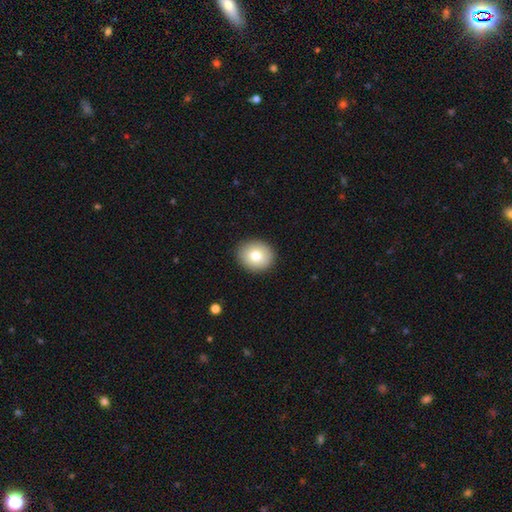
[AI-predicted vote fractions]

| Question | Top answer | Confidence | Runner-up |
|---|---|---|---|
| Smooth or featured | smooth | 79% | featured or disk (12%) |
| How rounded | round | 72% | in between (27%) |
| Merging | none | 90% | minor disturbance (7%) |